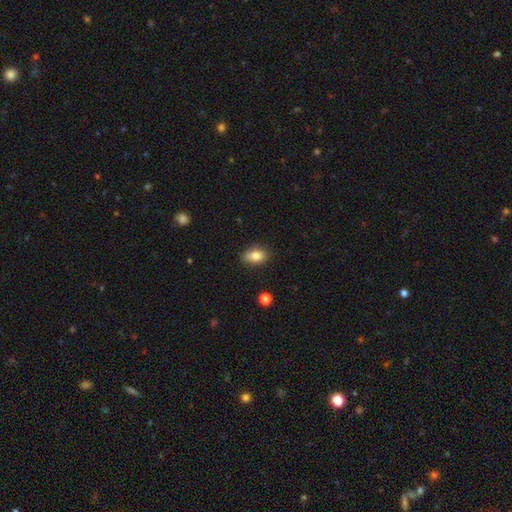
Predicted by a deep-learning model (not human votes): smooth_or_featured: smooth (p=0.81) [alt: featured or disk p=0.10]
how_rounded: in between (p=0.85) [alt: round p=0.12]
merging: none (p=0.81) [alt: minor disturbance p=0.15]